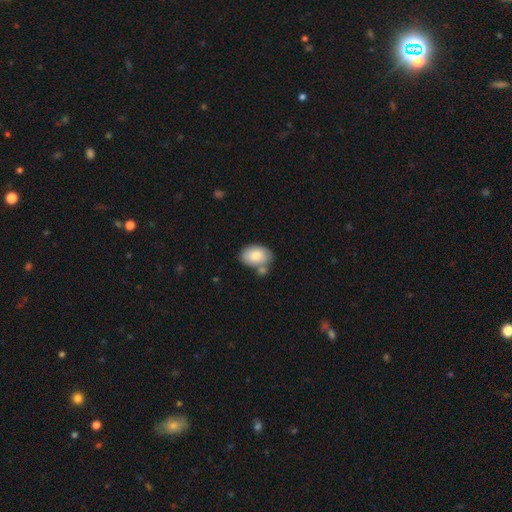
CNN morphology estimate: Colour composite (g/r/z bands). It shows a smooth galaxy with no disk features (78%) that is in between round and cigar-shaped (82%). Merging: none (58%).